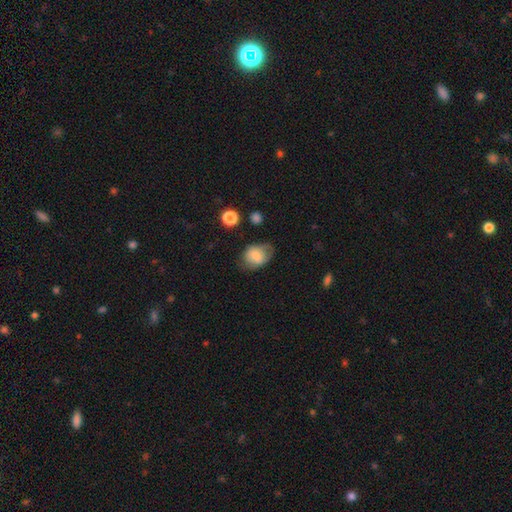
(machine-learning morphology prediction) Smooth or featured?
  - smooth: 72% *
  - featured or disk: 20%
  - star or artifact: 9%
How rounded?
  - in between: 63% *
  - round: 36%
  - cigar-shaped: 1%
Merging?
  - none: 62% *
  - minor disturbance: 26%
  - major disturbance: 10%
  - merger: 2%